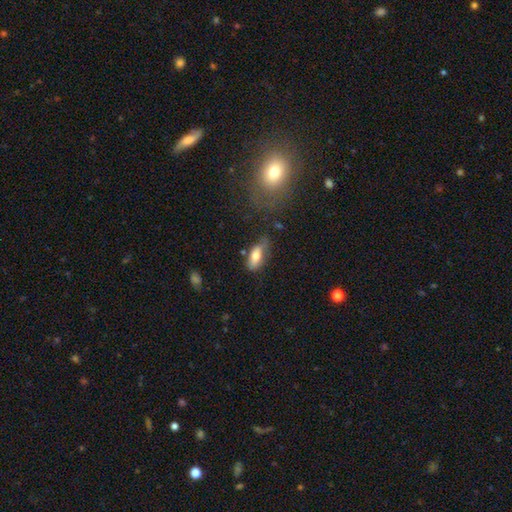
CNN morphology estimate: Smooth or featured? smooth (70%)
How rounded? in between (80%)
Merging? none (54%)